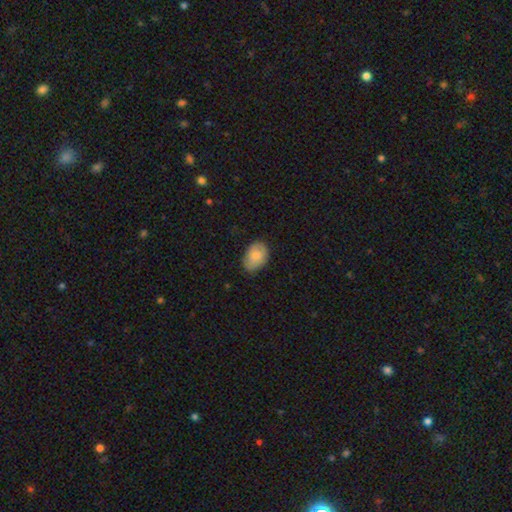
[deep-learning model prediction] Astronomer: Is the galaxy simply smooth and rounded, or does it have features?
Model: smooth — 79%.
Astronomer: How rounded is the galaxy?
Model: in between — 80%.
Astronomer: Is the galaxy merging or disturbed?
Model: none — 70%.